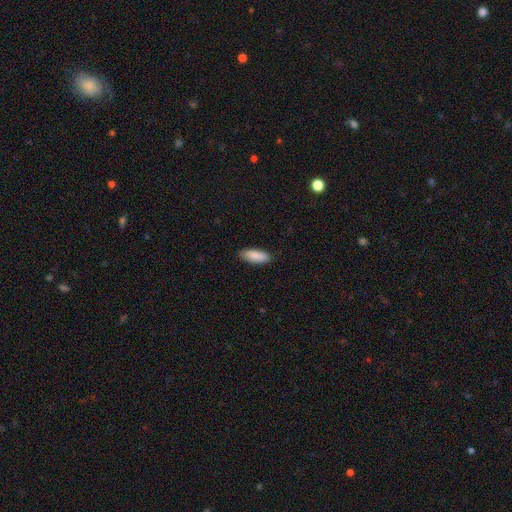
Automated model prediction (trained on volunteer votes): Smooth or featured: smooth — 89% (star or artifact — 6%)
How rounded: in between — 68% (cigar-shaped — 30%)
Merging: none — 86% (minor disturbance — 11%)